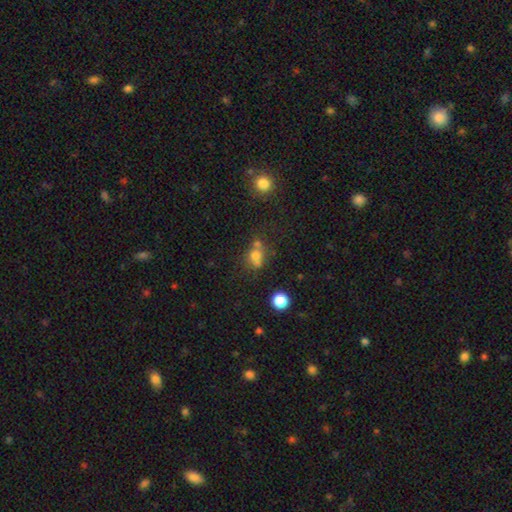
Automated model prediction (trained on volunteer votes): The model was most divided on "merging" (2-way tie): none: 40%, merger: 40%, minor disturbance: 12%, major disturbance: 7%. More confident: how rounded — round (66%); smooth or featured — smooth (66%).